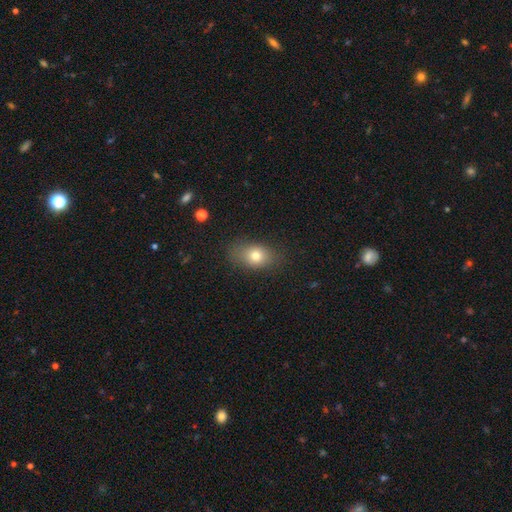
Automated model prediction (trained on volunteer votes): The model was most divided on "how rounded": in between: 72%, round: 25%, cigar-shaped: 2%. More confident: merging — none (78%); smooth or featured — smooth (77%).